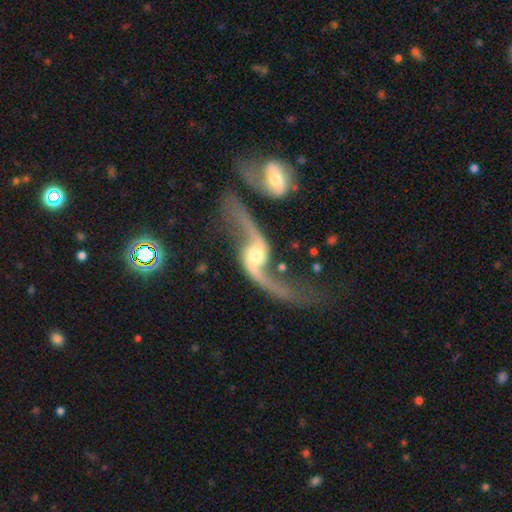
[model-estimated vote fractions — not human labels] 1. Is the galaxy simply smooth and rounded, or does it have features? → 91% featured or disk, 5% star or artifact, 4% smooth.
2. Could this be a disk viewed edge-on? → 94% no, 6% yes.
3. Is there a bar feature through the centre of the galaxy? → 46% no, 35% weak, 19% strong.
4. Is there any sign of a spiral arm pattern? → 97% yes, 3% no.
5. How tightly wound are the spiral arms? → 91% loose, 6% medium, 2% tight.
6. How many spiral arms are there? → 94% 2, 2% 1, 1% can't tell, 1% 3, 1% 4, 1% more than 4.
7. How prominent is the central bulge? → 60% moderate, 27% small, 9% large, 3% none, 2% dominant.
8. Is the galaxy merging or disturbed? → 45% none, 29% merger, 14% minor disturbance, 12% major disturbance.